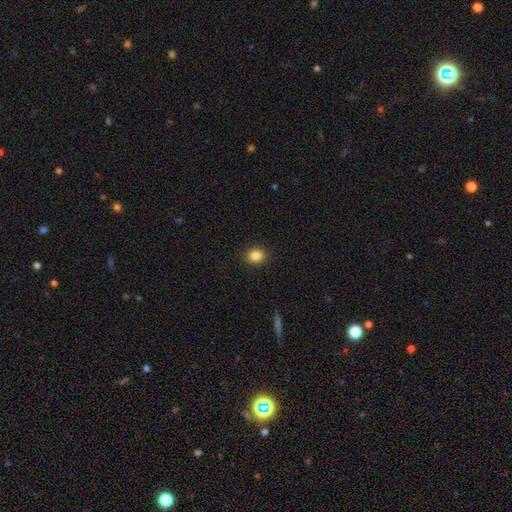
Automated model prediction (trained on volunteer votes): smooth-or-featured: smooth: 85% | star or artifact: 10% | featured or disk: 5%
  how-rounded: round: 61% | in between: 38% | cigar-shaped: 1%
  merging: none: 90% | minor disturbance: 7% | major disturbance: 2% | merger: 1%